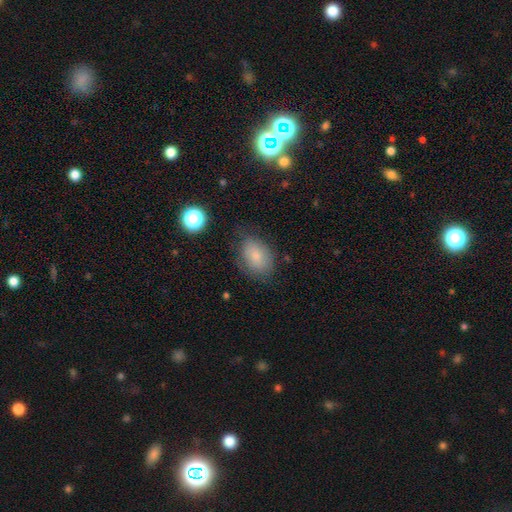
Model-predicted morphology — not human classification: Overall: smooth (79%). How rounded: in between (75%). Merging: none (69%).